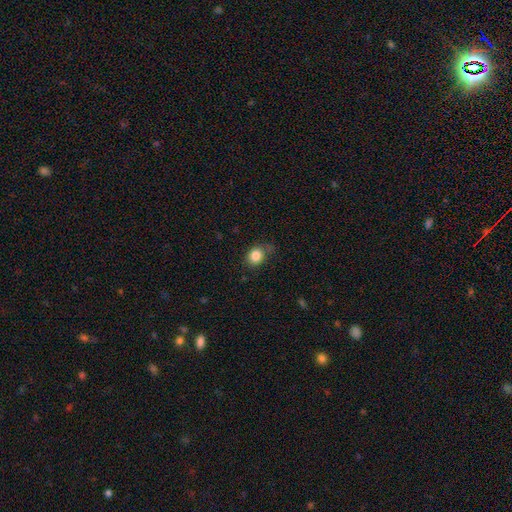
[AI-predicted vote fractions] This appears to be a smooth galaxy with no disk features (84%) that is round (58%). Merging: none (66%).